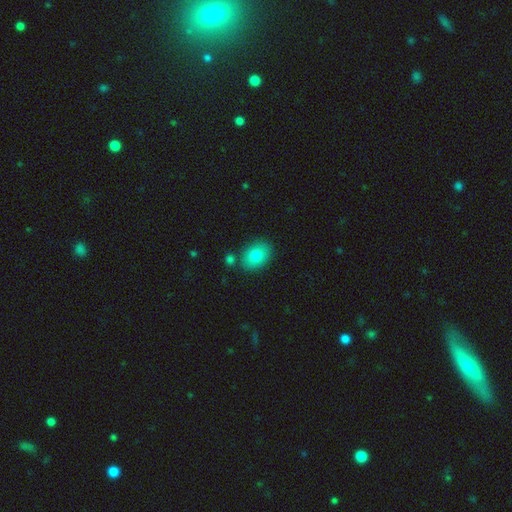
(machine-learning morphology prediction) type=smooth (81%); roundness=in between (73%); merging=none (81%).